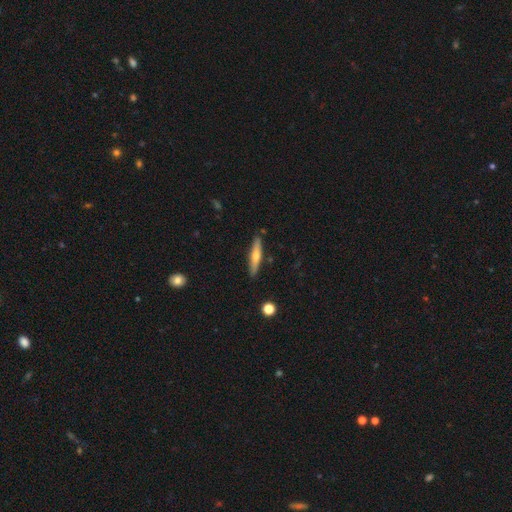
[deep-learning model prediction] A featured or disk galaxy (51%) viewed edge-on (93%). Merging: none (89%).